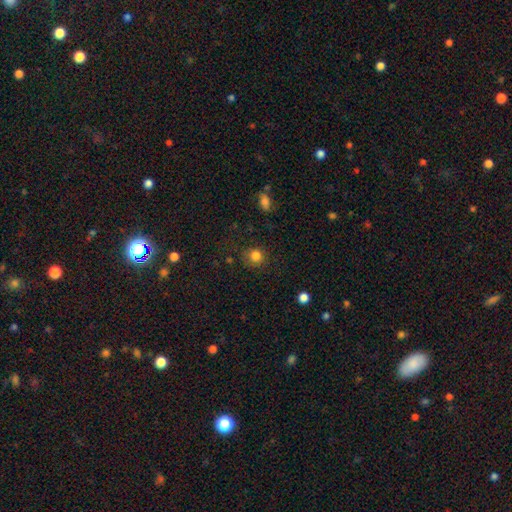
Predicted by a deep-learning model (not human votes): smooth-or-featured: smooth: 83% | star or artifact: 12% | featured or disk: 5%
  how-rounded: round: 87% | in between: 12% | cigar-shaped: 1%
  merging: none: 78% | minor disturbance: 15% | major disturbance: 5% | merger: 2%